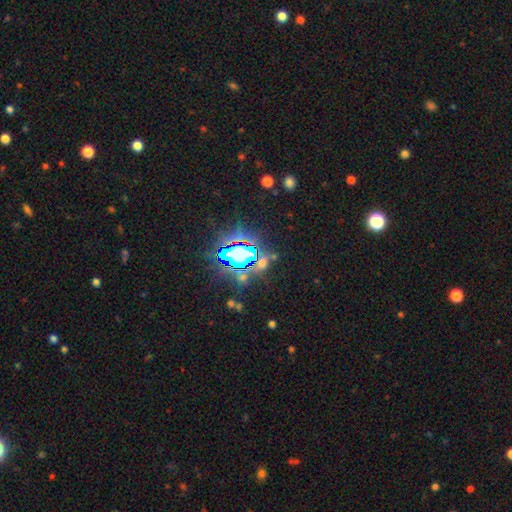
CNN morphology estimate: Smooth or featured: star or artifact — 82% (smooth — 11%)